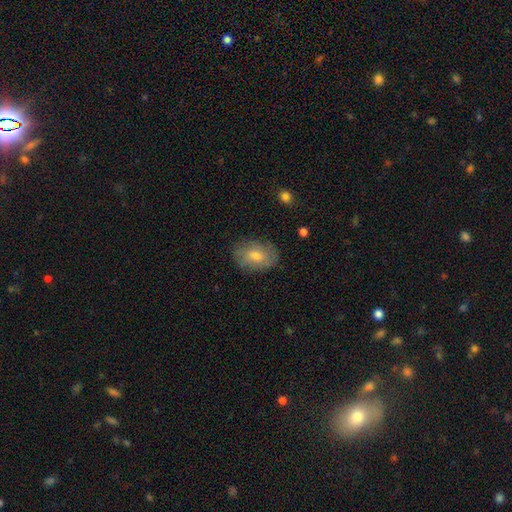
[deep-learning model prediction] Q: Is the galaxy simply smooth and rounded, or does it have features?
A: smooth — 64%.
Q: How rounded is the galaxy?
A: in between — 80%.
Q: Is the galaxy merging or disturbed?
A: none — 77%.